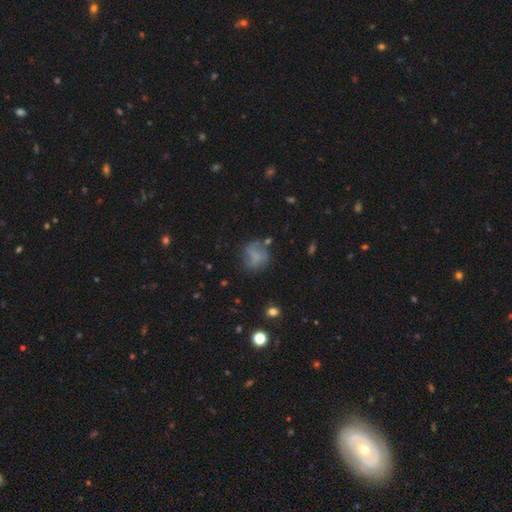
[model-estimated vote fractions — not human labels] A smooth galaxy with no disk features (53%) that is round (71%). Merging: none (53%).